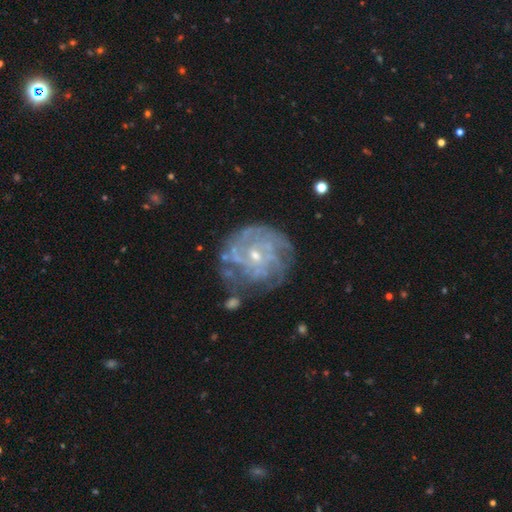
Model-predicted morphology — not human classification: This is clearly a featured or disk galaxy (82%). It is clearly not viewed edge-on (97%). Bar: likely no (69%). Spiral arm pattern: clearly yes (88%). Spiral arm count: marginally can't tell (43%). Spiral winding: likely tight (68%). Central bulge: likely small (71%). Merging: likely none (67%).